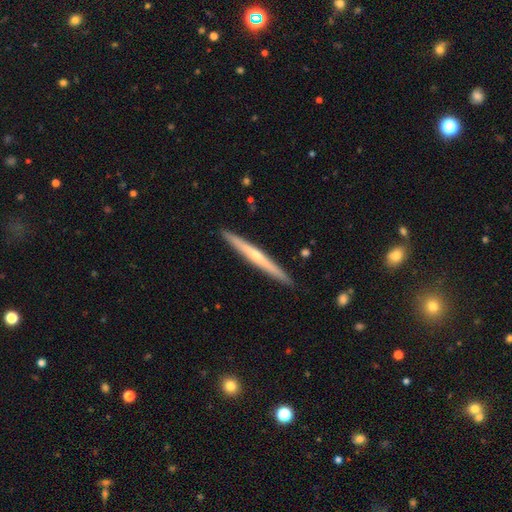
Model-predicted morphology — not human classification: A featured or disk galaxy (63%) viewed edge-on (98%) with a rounded central bulge (57%).

Vote fractions:
- Smooth or featured? featured or disk: 63% / smooth: 31% / star or artifact: 5%
- Edge-on disk? yes: 98% / no: 2%
- Edge-on bulge? rounded: 57% / none: 39% / boxy: 4%
- Merging? none: 92% / minor disturbance: 6% / major disturbance: 1% / merger: 1%